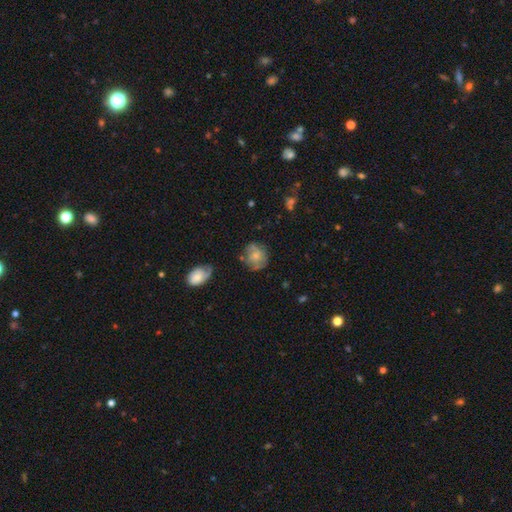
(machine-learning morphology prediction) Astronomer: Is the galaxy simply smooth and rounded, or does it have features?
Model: smooth — 58%.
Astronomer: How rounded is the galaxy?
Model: round — 70%.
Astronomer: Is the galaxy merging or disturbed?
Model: none — 60%.